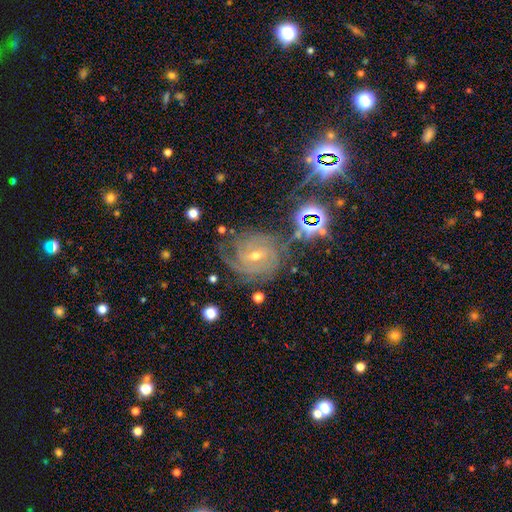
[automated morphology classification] Smooth or featured? featured or disk (80%)
Edge-on disk? no (97%)
Bar? weak (47%)
Spiral arms? yes (97%)
Spiral winding? tight (71%)
Spiral arm count? 3 (27%)
Bulge size? small (51%)
Merging? none (69%)